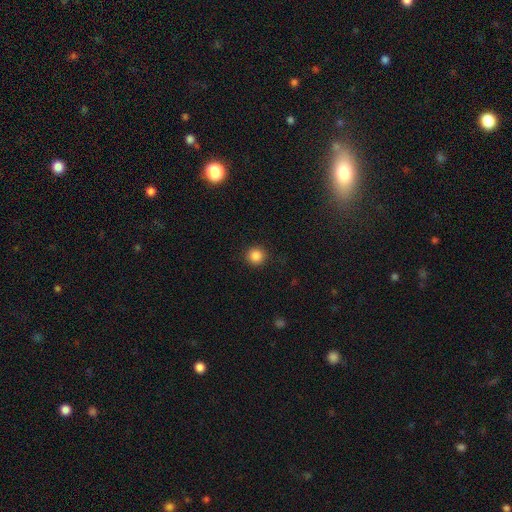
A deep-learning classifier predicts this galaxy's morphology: The model was most divided on "smooth or featured": smooth: 86%, star or artifact: 11%, featured or disk: 3%. More confident: how rounded — round (94%); merging — none (91%).